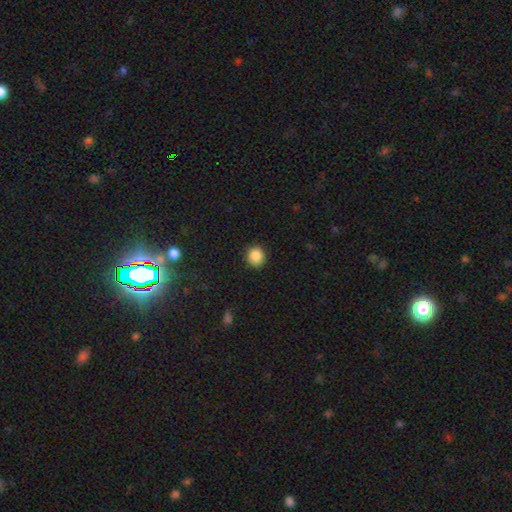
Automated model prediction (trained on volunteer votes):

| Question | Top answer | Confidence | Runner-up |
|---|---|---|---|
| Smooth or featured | smooth | 86% | star or artifact (10%) |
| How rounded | round | 87% | in between (12%) |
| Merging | none | 90% | minor disturbance (7%) |